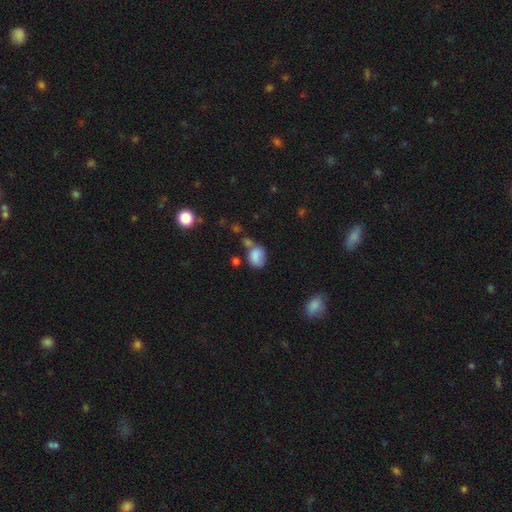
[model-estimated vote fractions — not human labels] This appears to be a smooth galaxy with no disk features (79%) that is in between round and cigar-shaped (61%). Merging: none (43%).